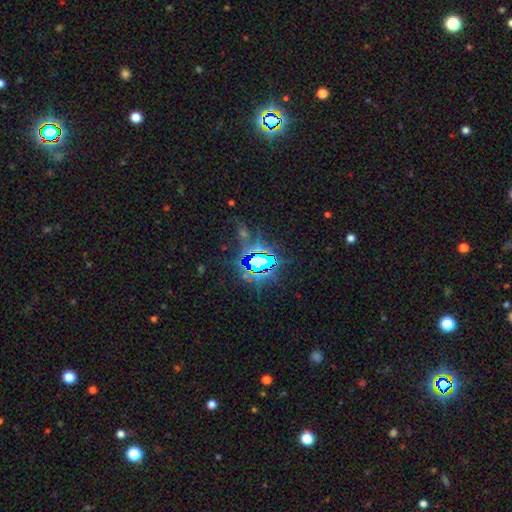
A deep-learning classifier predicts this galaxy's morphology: star or artifact 75%, smooth 15%, featured or disk 9%.